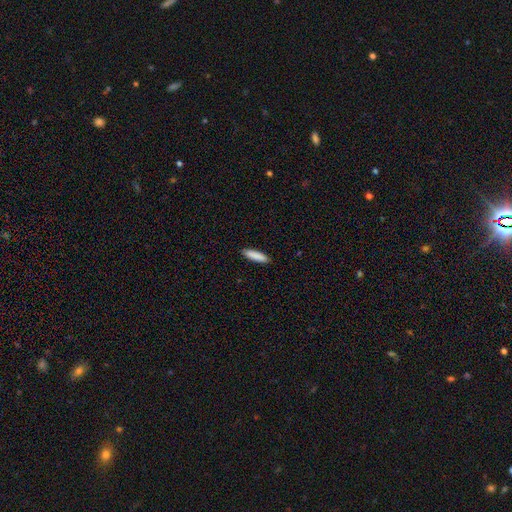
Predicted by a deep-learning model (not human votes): Smooth or featured? smooth (88%)
How rounded? cigar-shaped (76%)
Merging? none (90%)